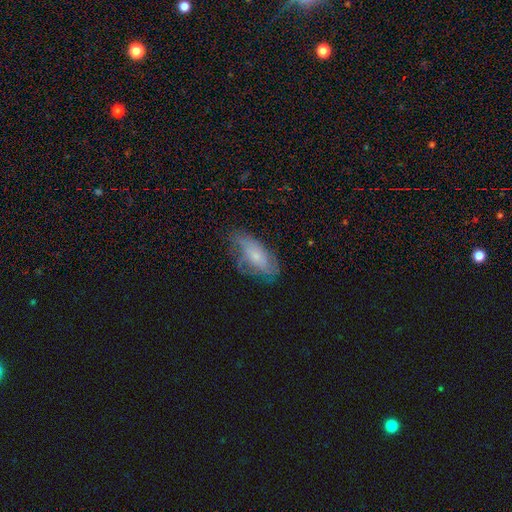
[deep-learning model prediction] Smooth or featured? featured or disk (49%)
Merging? none (54%)